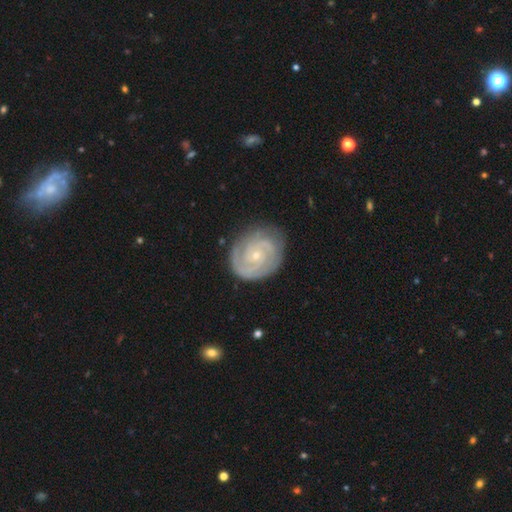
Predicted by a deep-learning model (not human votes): A featured or disk galaxy (89%) with no bar (70%), 2 (52%) tight (75%) spiral arms (98%) and a small central bulge (80%). Merging: none (81%).